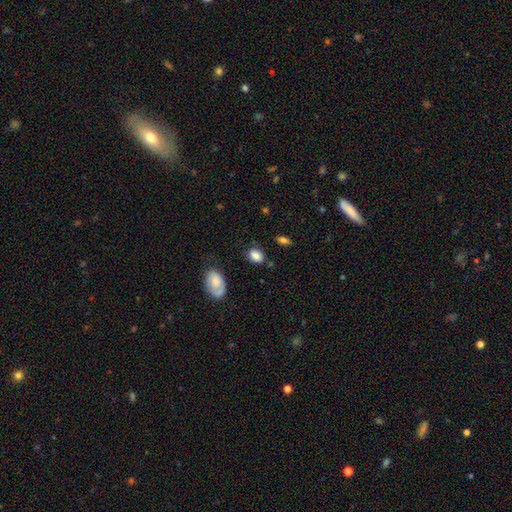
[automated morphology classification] This is clearly a smooth galaxy (84%). How rounded: likely in between (73%). Merging: likely none (73%).